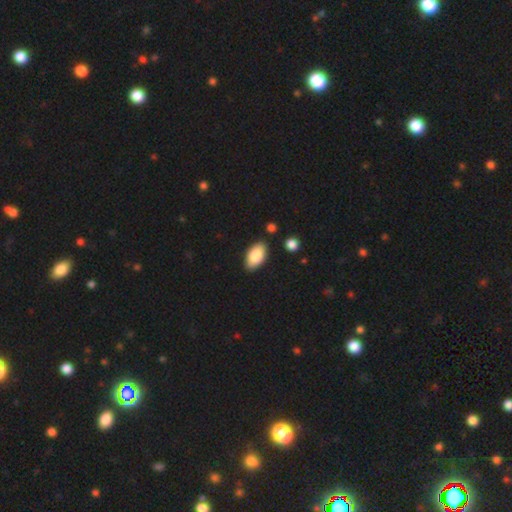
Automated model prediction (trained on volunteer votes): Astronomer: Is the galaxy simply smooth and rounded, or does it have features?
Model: smooth — 85%.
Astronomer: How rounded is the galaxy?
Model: in between — 95%.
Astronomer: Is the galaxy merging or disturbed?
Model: none — 85%.